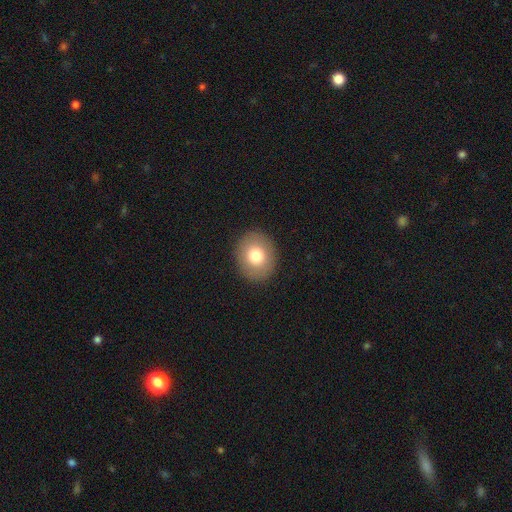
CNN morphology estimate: Overall: smooth (77%). How rounded: round (71%). Merging: none (90%).